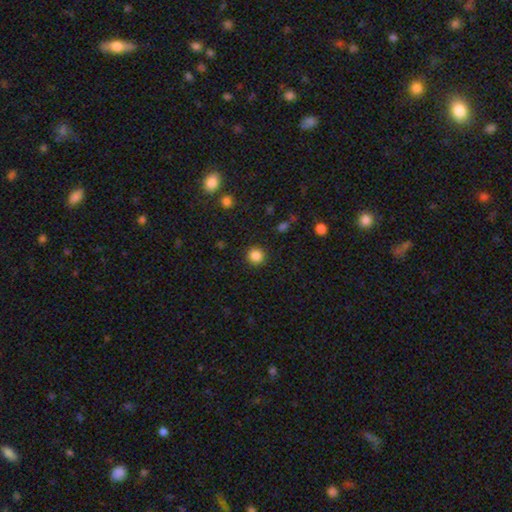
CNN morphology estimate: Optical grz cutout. It shows a smooth galaxy with no disk features (85%) that is round (93%). Merging: none (91%).